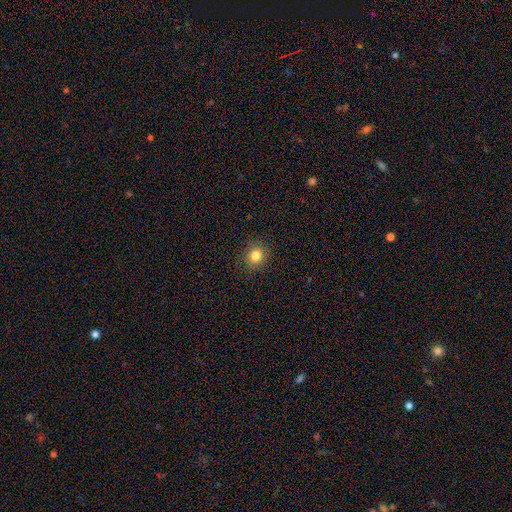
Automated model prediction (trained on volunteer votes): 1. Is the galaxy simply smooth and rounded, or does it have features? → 81% smooth, 12% star or artifact, 7% featured or disk.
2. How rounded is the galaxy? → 85% round, 14% in between, 1% cigar-shaped.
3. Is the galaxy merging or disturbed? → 88% none, 9% minor disturbance, 3% major disturbance, 1% merger.